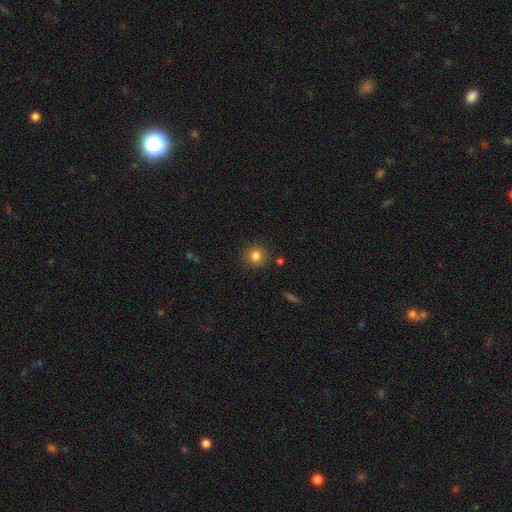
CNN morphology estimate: Smooth or featured? Predicted: smooth (p=0.81). How rounded? Predicted: round (p=0.91). Merging? Predicted: none (p=0.88).